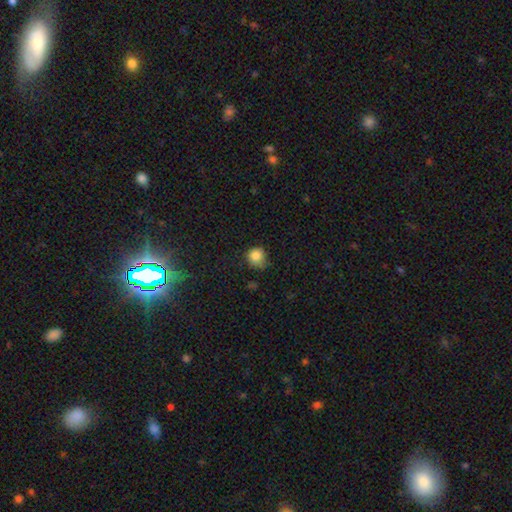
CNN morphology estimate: Smooth or featured? smooth (84%)
How rounded? round (84%)
Merging? none (56%)